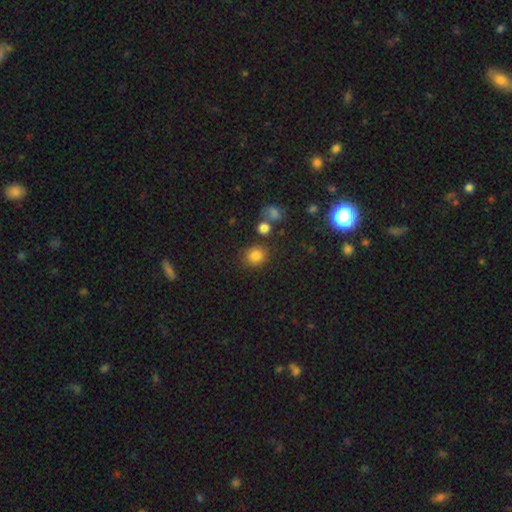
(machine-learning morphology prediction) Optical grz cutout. It shows a smooth galaxy with no disk features (82%) that is round (78%). Merging: none (79%).